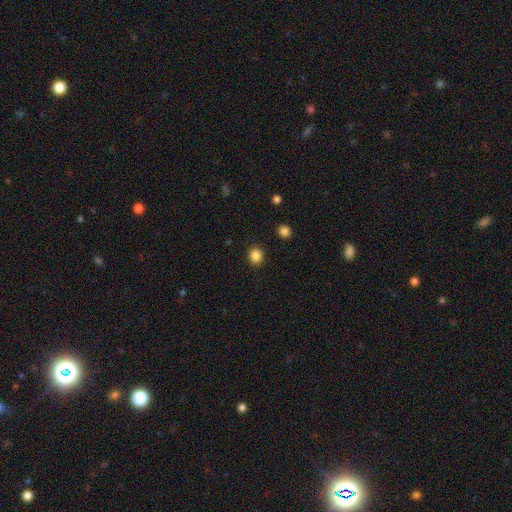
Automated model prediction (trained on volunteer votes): This is clearly a smooth galaxy (86%). How rounded: clearly round (85%). Merging: clearly none (91%).